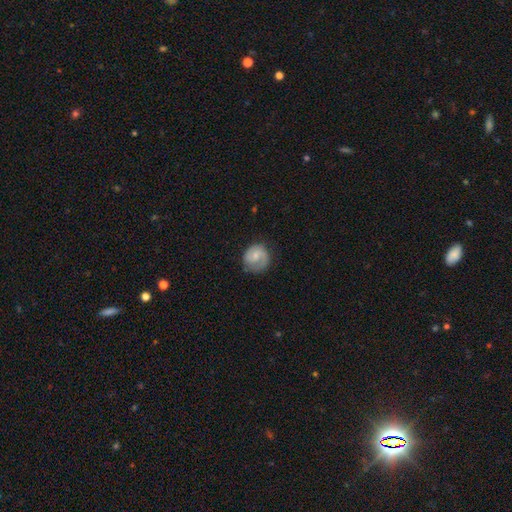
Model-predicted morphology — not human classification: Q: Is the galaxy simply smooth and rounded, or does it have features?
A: featured or disk — 56%.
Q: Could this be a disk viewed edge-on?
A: no — 98%.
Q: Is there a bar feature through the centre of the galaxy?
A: no — 56%.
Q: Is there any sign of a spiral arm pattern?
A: yes — 88%.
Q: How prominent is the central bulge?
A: small — 48%.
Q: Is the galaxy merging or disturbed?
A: none — 67%.